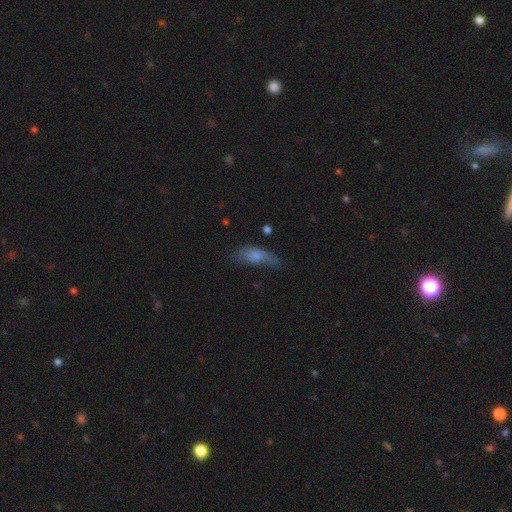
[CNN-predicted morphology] A smooth galaxy with no disk features (68%) that is in between round and cigar-shaped (72%).

Vote fractions:
- Smooth or featured? smooth: 68% / featured or disk: 23% / star or artifact: 9%
- How rounded? in between: 72% / cigar-shaped: 24% / round: 4%
- Merging? none: 39% / minor disturbance: 35% / major disturbance: 23% / merger: 4%